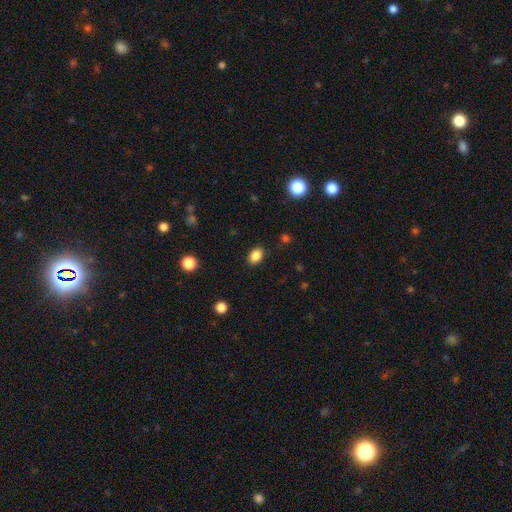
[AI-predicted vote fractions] smooth-or-featured: smooth: 86% | star or artifact: 10% | featured or disk: 4%
  how-rounded: in between: 76% | round: 22% | cigar-shaped: 1%
  merging: none: 87% | minor disturbance: 9% | major disturbance: 3% | merger: 1%